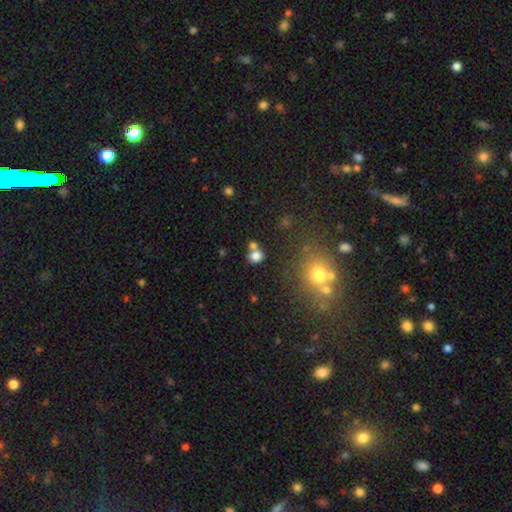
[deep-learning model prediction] smooth-or-featured: smooth: 78% | star or artifact: 14% | featured or disk: 8%
  how-rounded: round: 71% | in between: 27% | cigar-shaped: 1%
  merging: none: 54% | merger: 32% | minor disturbance: 10% | major disturbance: 4%